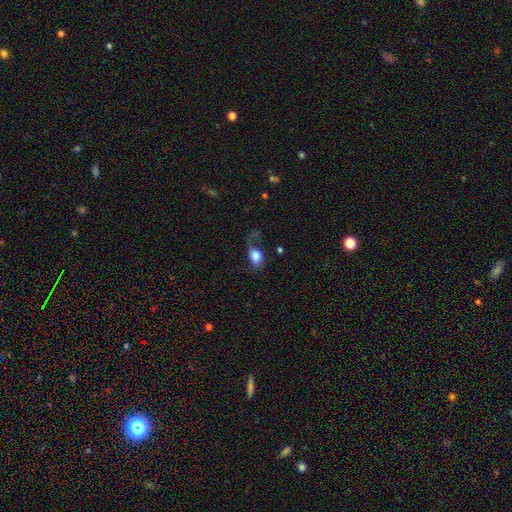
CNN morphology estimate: A smooth galaxy with no disk features (70%) that is in between round and cigar-shaped (75%).

Vote fractions:
- Smooth or featured? smooth: 70% / featured or disk: 21% / star or artifact: 9%
- How rounded? in between: 75% / round: 23% / cigar-shaped: 2%
- Merging? major disturbance: 38% / none: 36% / minor disturbance: 22% / merger: 4%